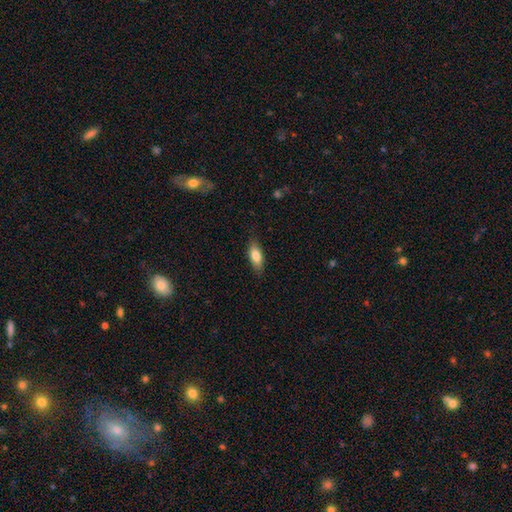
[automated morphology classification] type=smooth (79%); roundness=in between (74%); merging=none (83%).